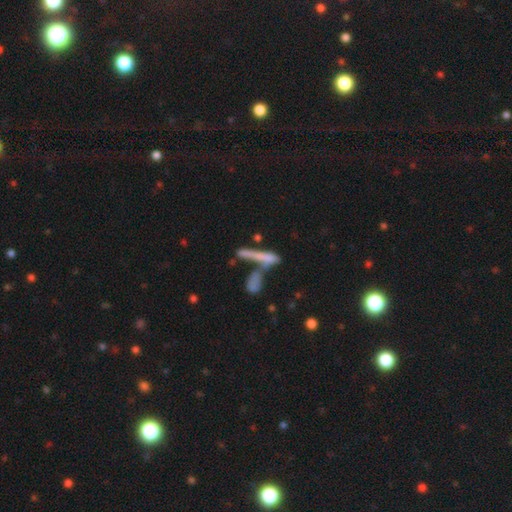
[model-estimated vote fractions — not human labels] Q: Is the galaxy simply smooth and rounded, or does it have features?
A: smooth — 56%.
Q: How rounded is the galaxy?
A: cigar-shaped — 83%.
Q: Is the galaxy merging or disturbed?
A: merger — 43%.